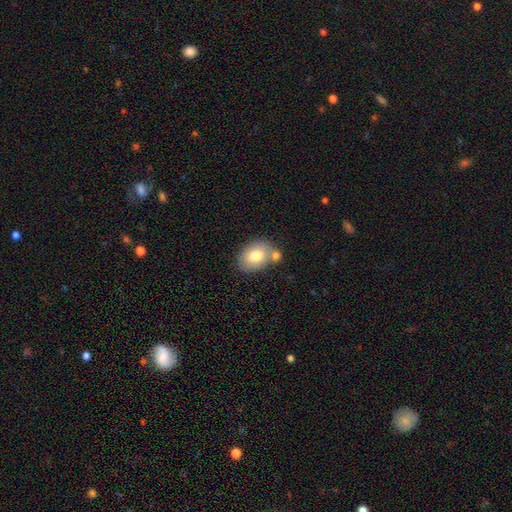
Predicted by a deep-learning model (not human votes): Q: Smooth or featured?
A: smooth (77%); runner-up: featured or disk (16%)
Q: How rounded?
A: in between (76%); runner-up: round (23%)
Q: Merging?
A: none (53%); runner-up: merger (26%)